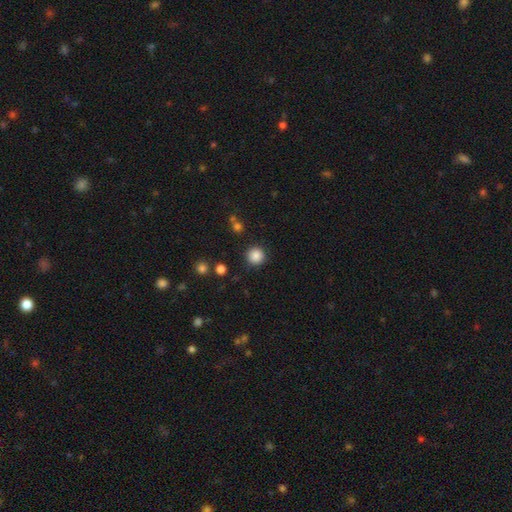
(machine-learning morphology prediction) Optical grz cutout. It shows a smooth galaxy with no disk features (86%) that is round (94%). Merging: none (89%).